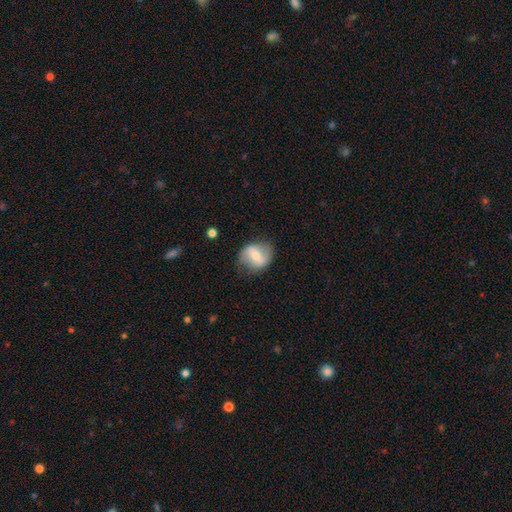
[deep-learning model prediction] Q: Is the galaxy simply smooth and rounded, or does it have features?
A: featured or disk — 50%.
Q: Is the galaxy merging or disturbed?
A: none — 74%.